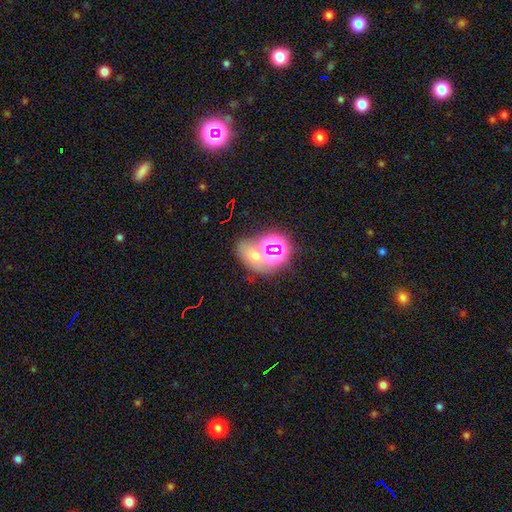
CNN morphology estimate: Smooth or featured?
  - star or artifact: 52% *
  - smooth: 31%
  - featured or disk: 18%